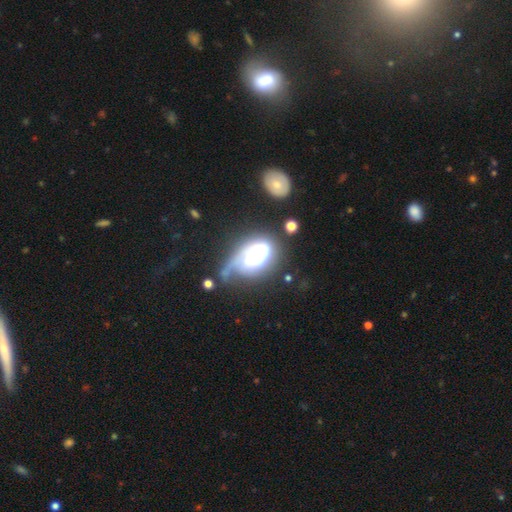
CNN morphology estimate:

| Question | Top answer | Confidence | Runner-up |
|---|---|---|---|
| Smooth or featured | featured or disk | 53% | smooth (37%) |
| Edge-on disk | no | 93% | yes (7%) |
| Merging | major disturbance | 38% | none (27%) |